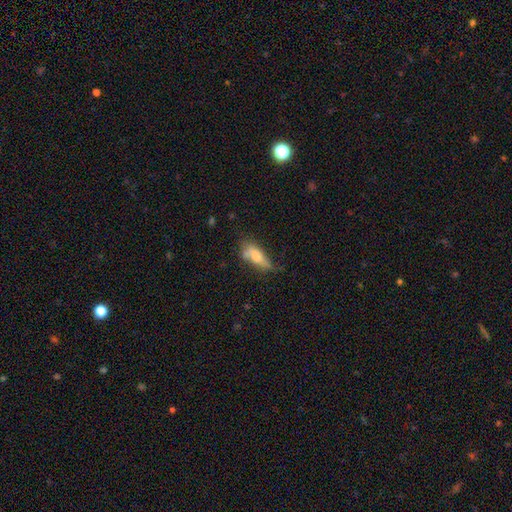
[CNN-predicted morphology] Smooth or featured?
  - smooth: 67% *
  - featured or disk: 25%
  - star or artifact: 8%
How rounded?
  - in between: 71% *
  - cigar-shaped: 26%
  - round: 3%
Merging?
  - none: 39% *
  - minor disturbance: 34%
  - major disturbance: 18%
  - merger: 9%